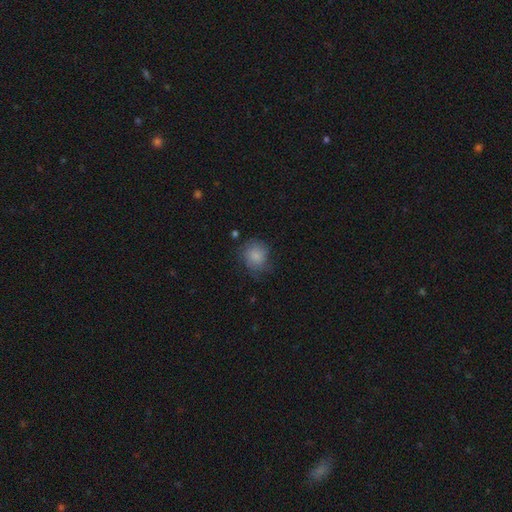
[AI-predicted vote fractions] smooth-or-featured: smooth: 77% | featured or disk: 15% | star or artifact: 8%
  how-rounded: round: 79% | in between: 20% | cigar-shaped: 1%
  merging: none: 58% | minor disturbance: 29% | major disturbance: 11% | merger: 2%